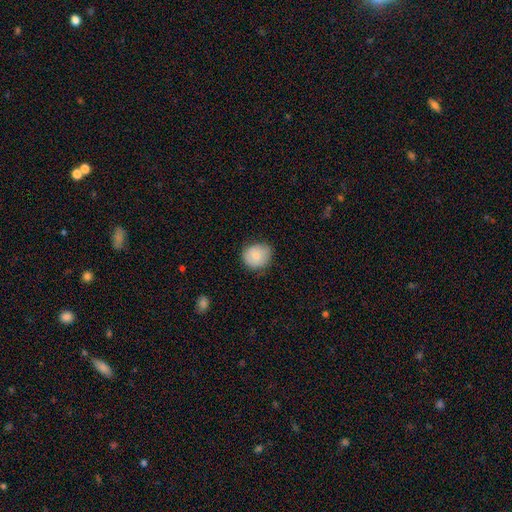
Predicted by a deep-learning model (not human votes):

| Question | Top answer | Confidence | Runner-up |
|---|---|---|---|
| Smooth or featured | smooth | 80% | featured or disk (13%) |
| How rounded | round | 78% | in between (22%) |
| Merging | none | 72% | minor disturbance (23%) |